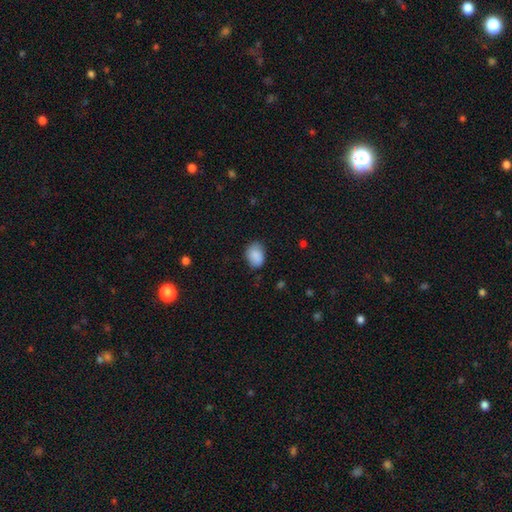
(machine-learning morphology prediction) smooth_or_featured: smooth (p=0.88) [alt: star or artifact p=0.07]
how_rounded: in between (p=0.73) [alt: round p=0.26]
merging: none (p=0.74) [alt: minor disturbance p=0.21]